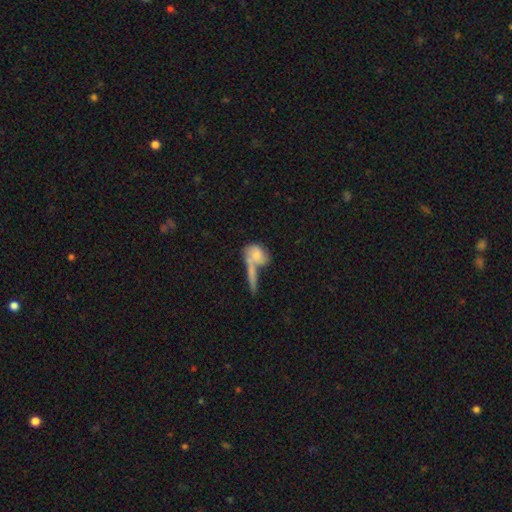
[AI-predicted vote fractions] This is likely a smooth galaxy (62%). How rounded: possibly in between (57%). Merging: possibly merger (46%).